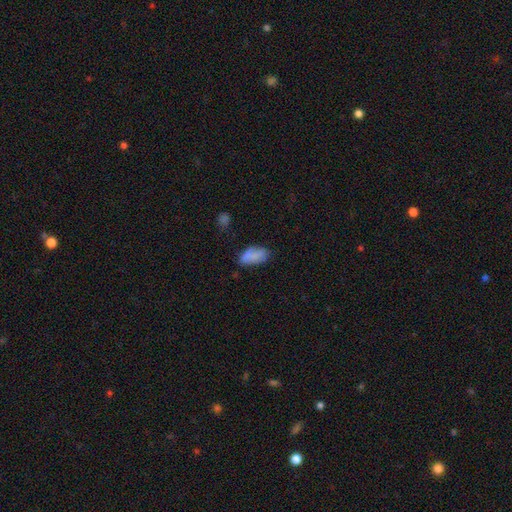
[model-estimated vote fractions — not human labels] Overall: smooth (77%). How rounded: in between (91%). Merging: none (62%; minor disturbance 26%).